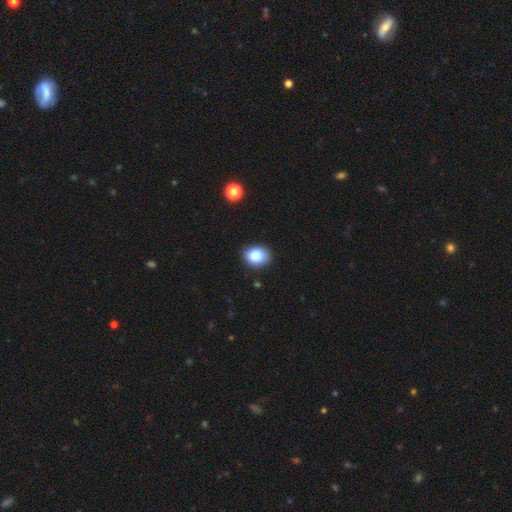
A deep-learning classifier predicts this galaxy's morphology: Smooth or featured? Predicted: smooth (p=0.86). How rounded? Predicted: in between (p=0.51). Merging? Predicted: none (p=0.81).